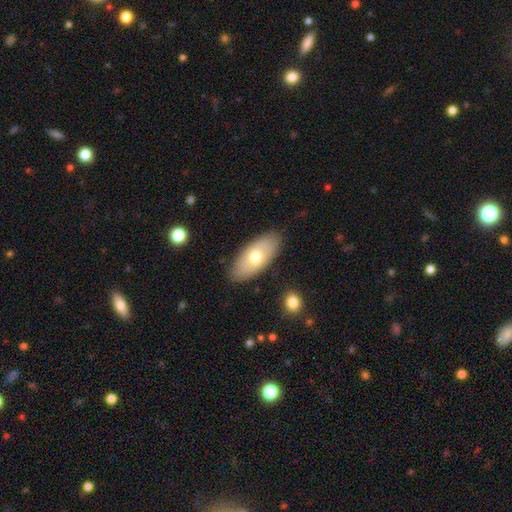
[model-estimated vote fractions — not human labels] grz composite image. It shows a smooth galaxy with no disk features (60%) that is in between round and cigar-shaped (85%). Merging: none (88%).